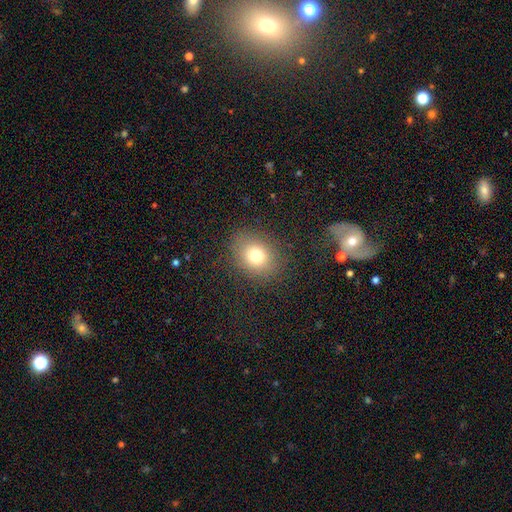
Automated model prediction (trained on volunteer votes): Smooth or featured? smooth (75%)
How rounded? round (58%)
Merging? none (85%)